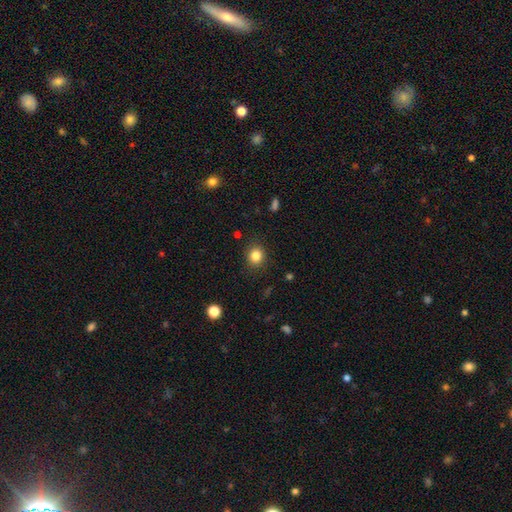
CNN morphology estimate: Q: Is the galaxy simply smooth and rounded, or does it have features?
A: smooth — 84%.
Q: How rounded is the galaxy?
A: round — 79%.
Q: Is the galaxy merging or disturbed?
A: none — 88%.